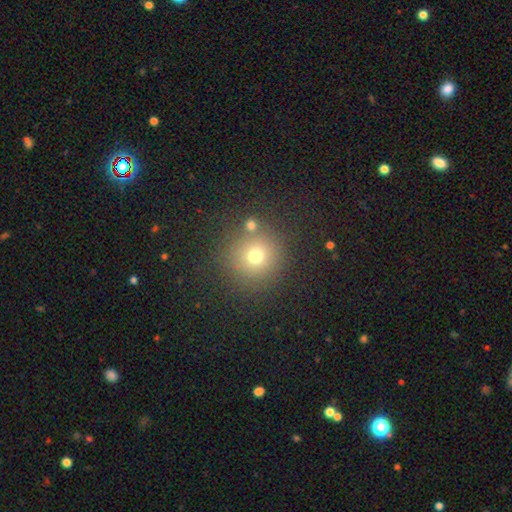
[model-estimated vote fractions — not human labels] The model was most divided on "smooth or featured": smooth: 70%, star or artifact: 19%, featured or disk: 10%. More confident: how rounded — round (93%); merging — none (78%).